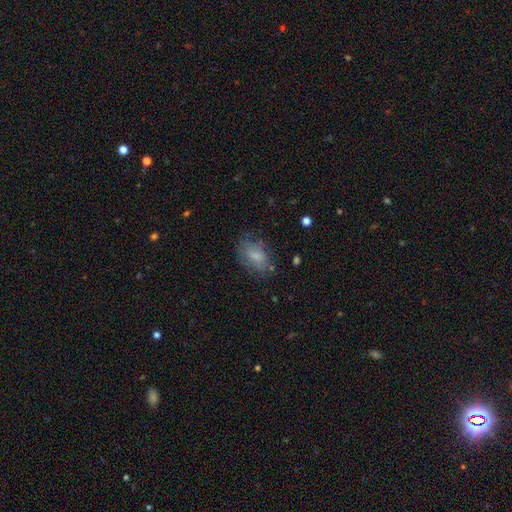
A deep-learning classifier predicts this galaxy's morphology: Smooth or featured: smooth — 71% (featured or disk — 21%)
How rounded: in between — 86% (round — 12%)
Merging: none — 66% (minor disturbance — 22%)